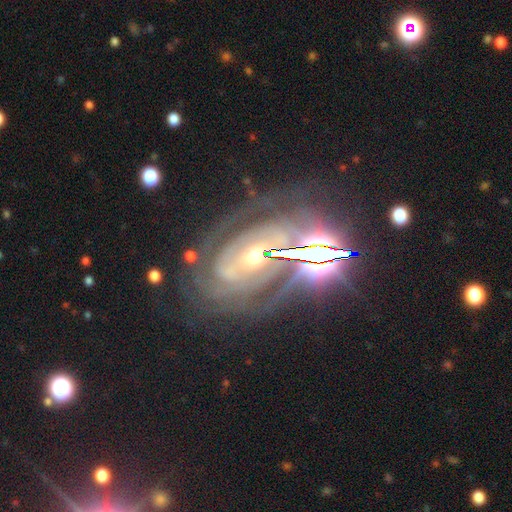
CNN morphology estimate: A featured or disk galaxy (75%) with no bar (51%), 2 (35%) tight (67%) spiral arms (93%) and a small central bulge (57%). Merging: none (65%).